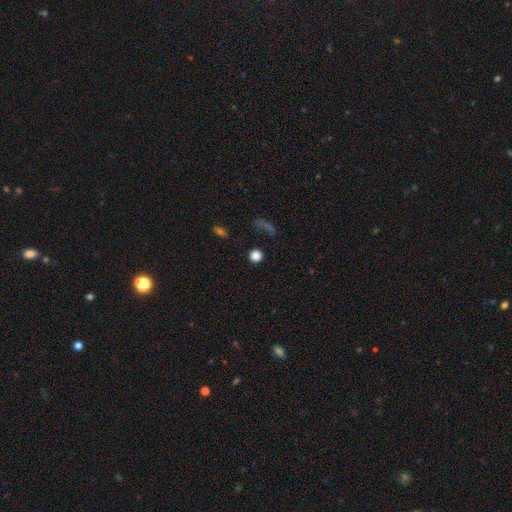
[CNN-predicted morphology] This appears to be a smooth galaxy with no disk features (81%) that is round (93%). Merging: none (86%).